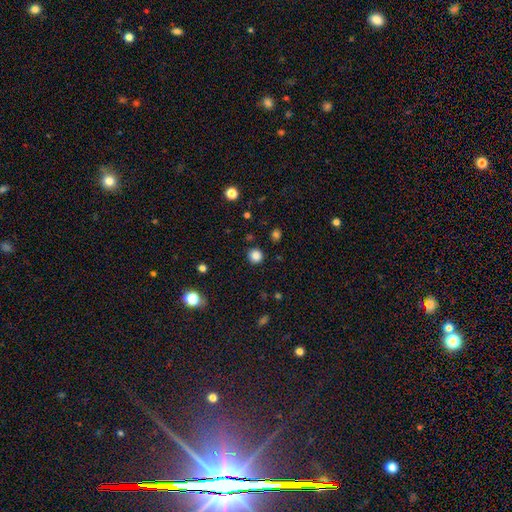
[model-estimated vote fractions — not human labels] Smooth or featured?
  - smooth: 85% *
  - star or artifact: 12%
  - featured or disk: 3%
How rounded?
  - round: 93% *
  - in between: 6%
  - cigar-shaped: 1%
Merging?
  - none: 91% *
  - minor disturbance: 6%
  - major disturbance: 2%
  - merger: 2%